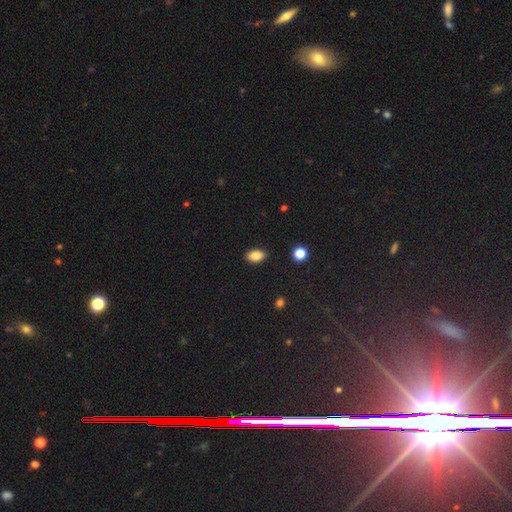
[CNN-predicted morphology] A smooth galaxy with no disk features (84%) that is in between round and cigar-shaped (88%). Merging: none (89%).